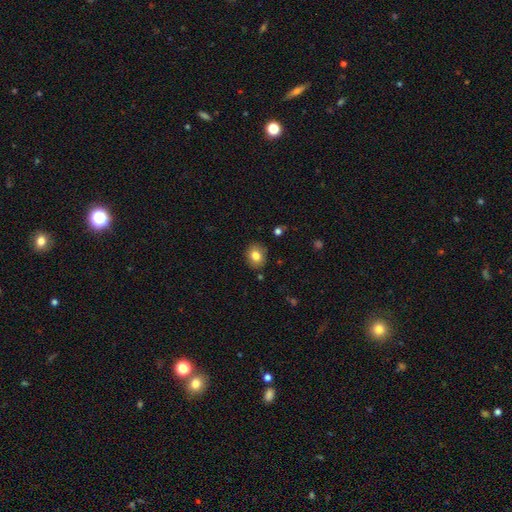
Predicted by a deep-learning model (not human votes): A smooth galaxy with no disk features (81%) that is round (62%).

Vote fractions:
- Smooth or featured? smooth: 81% / featured or disk: 10% / star or artifact: 9%
- How rounded? round: 62% / in between: 37% / cigar-shaped: 1%
- Merging? none: 87% / minor disturbance: 9% / major disturbance: 2% / merger: 2%